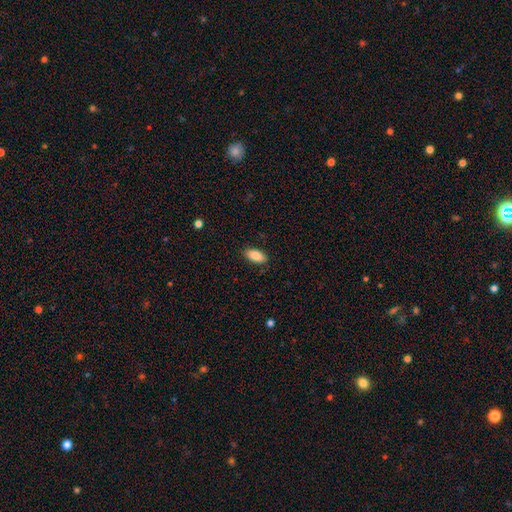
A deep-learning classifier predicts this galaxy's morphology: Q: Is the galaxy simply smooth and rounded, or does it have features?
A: smooth — 88%.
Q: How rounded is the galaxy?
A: in between — 91%.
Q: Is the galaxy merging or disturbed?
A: none — 88%.